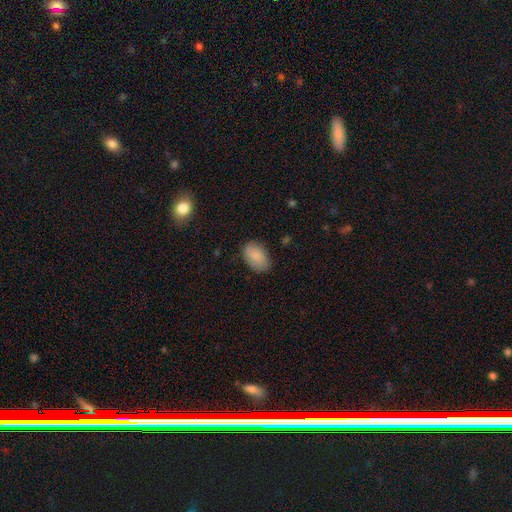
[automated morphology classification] Q: Smooth or featured?
A: smooth (86%); runner-up: featured or disk (7%)
Q: How rounded?
A: in between (90%); runner-up: round (8%)
Q: Merging?
A: none (81%); runner-up: minor disturbance (15%)